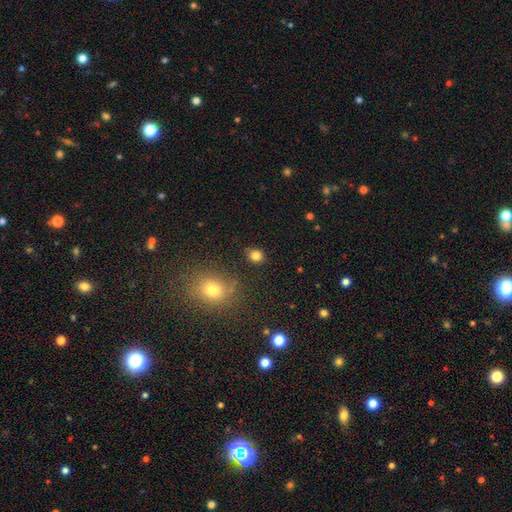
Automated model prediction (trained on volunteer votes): Smooth or featured? Predicted: smooth (p=0.82). How rounded? Predicted: round (p=0.63). Merging? Predicted: none (p=0.84).